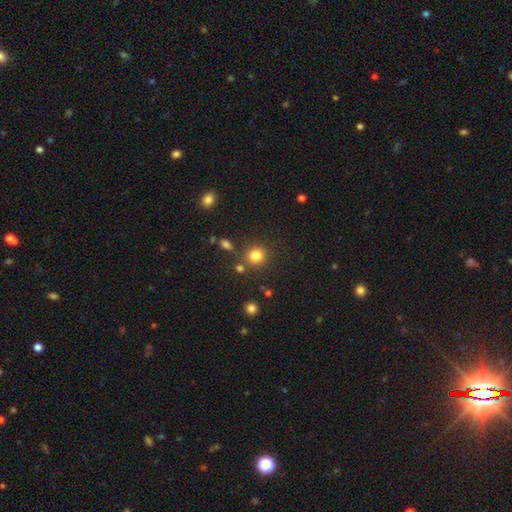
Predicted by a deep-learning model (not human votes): smooth_or_featured: smooth (p=0.82) [alt: star or artifact p=0.13]
how_rounded: round (p=0.89) [alt: in between p=0.10]
merging: none (p=0.80) [alt: minor disturbance p=0.09]